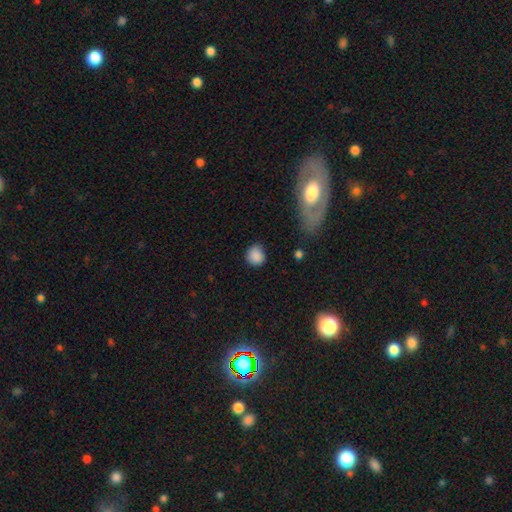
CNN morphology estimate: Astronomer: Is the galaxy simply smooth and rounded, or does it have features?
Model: smooth — 87%.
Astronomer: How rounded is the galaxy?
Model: round — 80%.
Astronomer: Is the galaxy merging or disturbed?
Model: none — 78%.